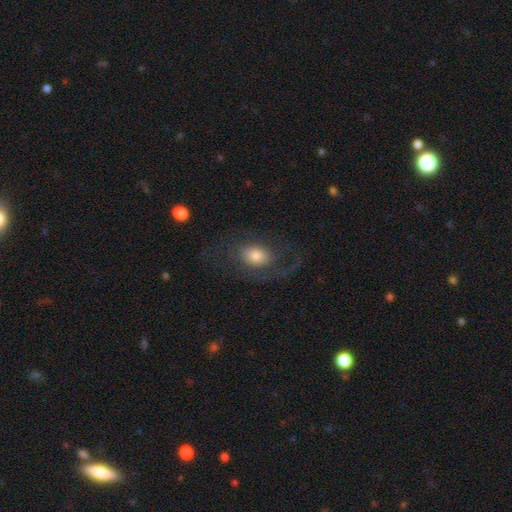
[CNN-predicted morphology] A featured or disk galaxy (48%).

Vote fractions:
- Smooth or featured? featured or disk: 48% / smooth: 42% / star or artifact: 10%
- Merging? none: 57% / major disturbance: 25% / minor disturbance: 16% / merger: 2%